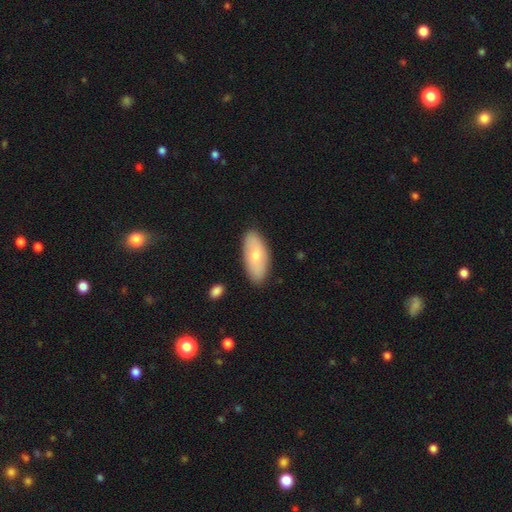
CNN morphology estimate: A smooth galaxy with no disk features (65%) that is in between round and cigar-shaped (90%).

Vote fractions:
- Smooth or featured? smooth: 65% / featured or disk: 29% / star or artifact: 6%
- How rounded? in between: 90% / cigar-shaped: 8% / round: 2%
- Merging? none: 85% / minor disturbance: 11% / major disturbance: 2% / merger: 2%